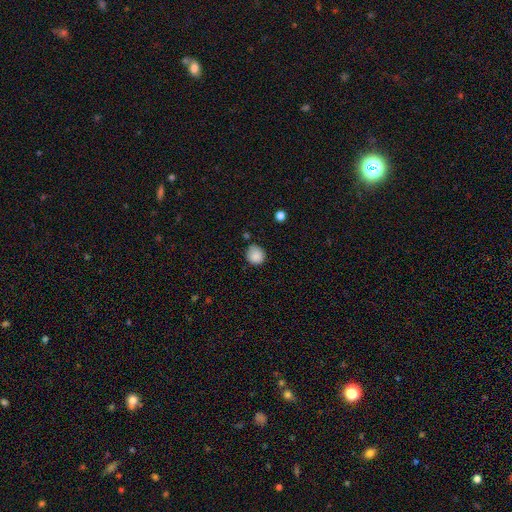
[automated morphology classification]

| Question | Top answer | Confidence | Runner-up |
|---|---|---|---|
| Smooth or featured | smooth | 87% | star or artifact (9%) |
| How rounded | round | 90% | in between (9%) |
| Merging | none | 77% | minor disturbance (16%) |